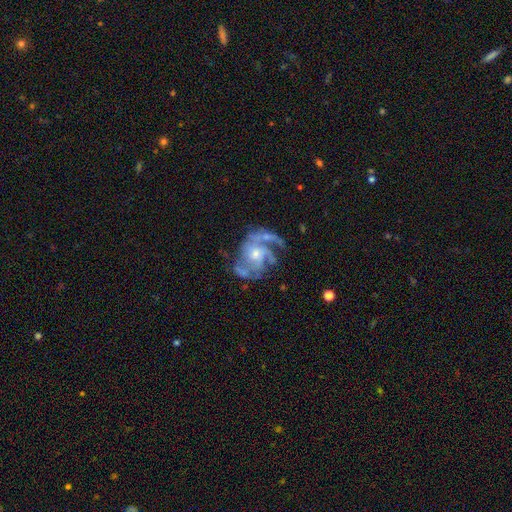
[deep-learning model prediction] Q: Smooth or featured?
A: featured or disk (88%); runner-up: star or artifact (6%)
Q: Edge-on disk?
A: no (98%); runner-up: yes (2%)
Q: Bar?
A: no (68%); runner-up: weak (26%)
Q: Spiral arms?
A: yes (95%); runner-up: no (5%)
Q: Spiral winding?
A: medium (48%); runner-up: tight (33%)
Q: Spiral arm count?
A: 2 (31%); runner-up: 3 (30%)
Q: Bulge size?
A: moderate (48%); runner-up: small (45%)
Q: Merging?
A: none (59%); runner-up: minor disturbance (19%)